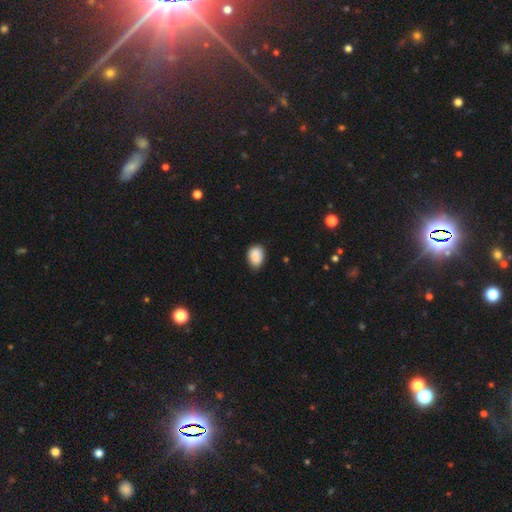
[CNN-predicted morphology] Overall: smooth (89%). How rounded: in between (74%). Merging: none (75%).